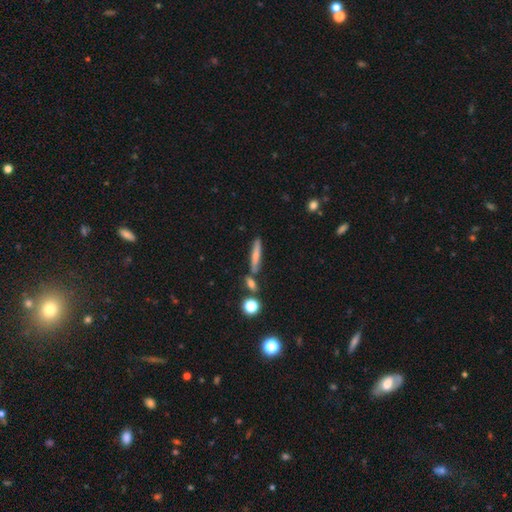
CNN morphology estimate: smooth-or-featured: smooth: 60% | featured or disk: 30% | star or artifact: 10%
  how-rounded: cigar-shaped: 85% | in between: 11% | round: 4%
  merging: none: 74% | merger: 12% | minor disturbance: 11% | major disturbance: 3%